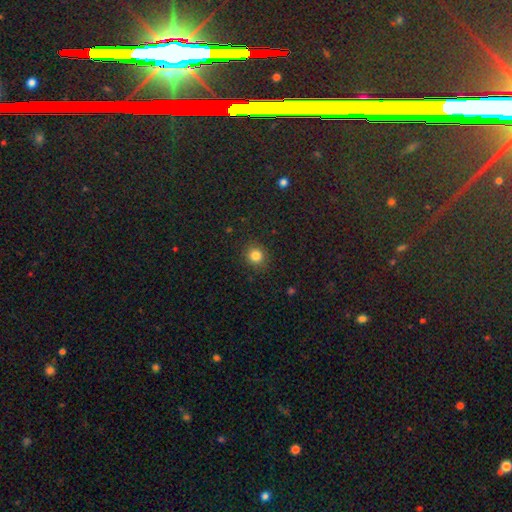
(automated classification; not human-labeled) Overall: smooth (83%). How rounded: round (88%). Merging: none (89%).